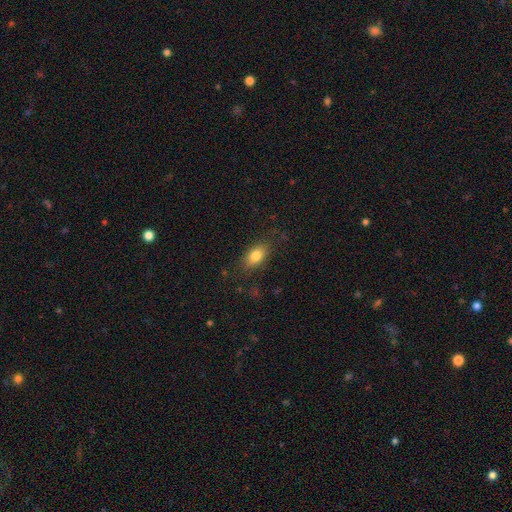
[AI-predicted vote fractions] A smooth galaxy with no disk features (81%) that is in between round and cigar-shaped (87%). Merging: none (80%).